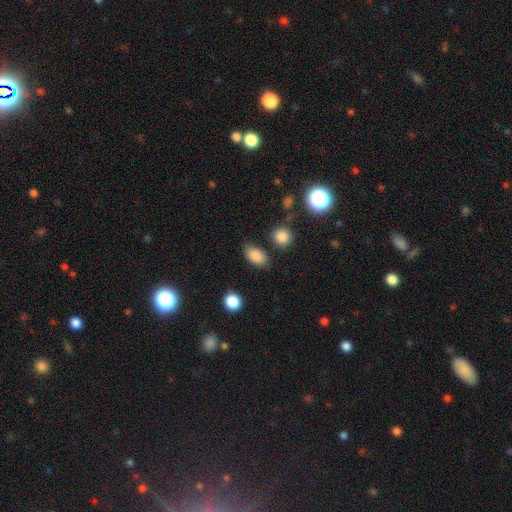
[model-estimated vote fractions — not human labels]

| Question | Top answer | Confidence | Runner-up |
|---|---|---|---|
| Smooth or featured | smooth | 85% | star or artifact (9%) |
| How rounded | in between | 89% | round (9%) |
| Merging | none | 77% | minor disturbance (15%) |